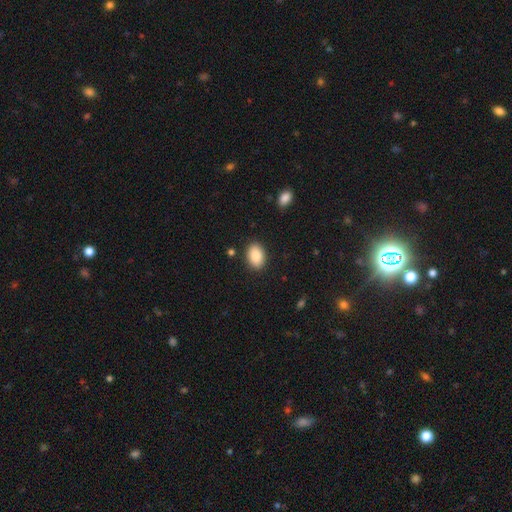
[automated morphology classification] Q: Smooth or featured?
A: smooth (88%); runner-up: star or artifact (7%)
Q: How rounded?
A: in between (86%); runner-up: round (13%)
Q: Merging?
A: none (88%); runner-up: minor disturbance (8%)